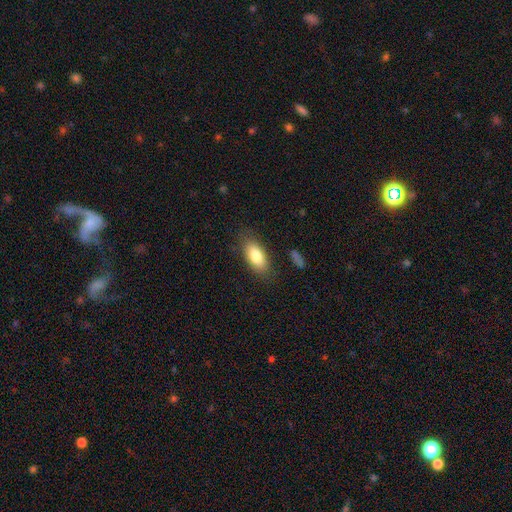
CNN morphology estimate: Smooth or featured?
  - smooth: 81% *
  - featured or disk: 12%
  - star or artifact: 7%
How rounded?
  - in between: 87% *
  - cigar-shaped: 9%
  - round: 3%
Merging?
  - none: 81% *
  - minor disturbance: 13%
  - major disturbance: 4%
  - merger: 2%